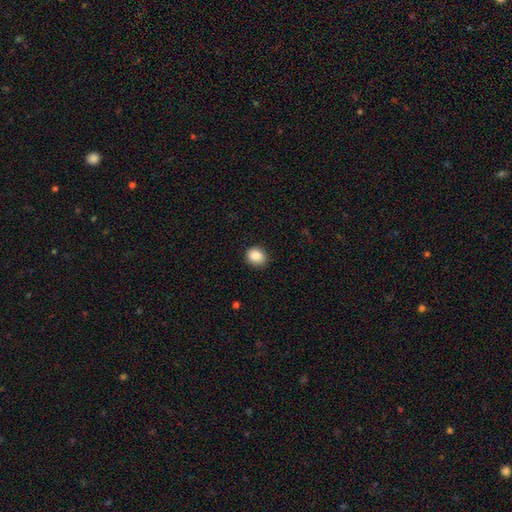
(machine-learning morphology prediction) A smooth galaxy with no disk features (88%) that is round (62%). Merging: none (86%).